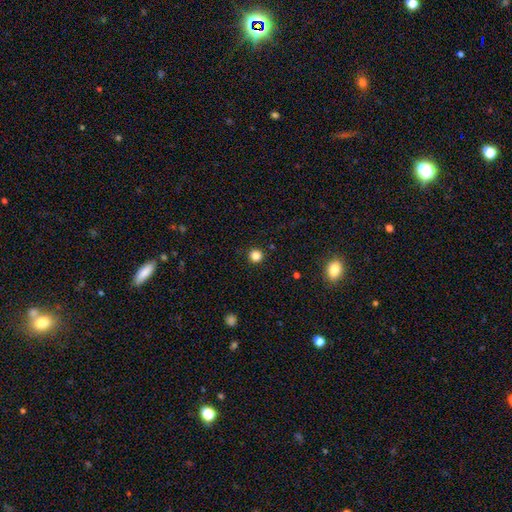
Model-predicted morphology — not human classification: type=smooth (84%); roundness=round (95%); merging=none (92%).